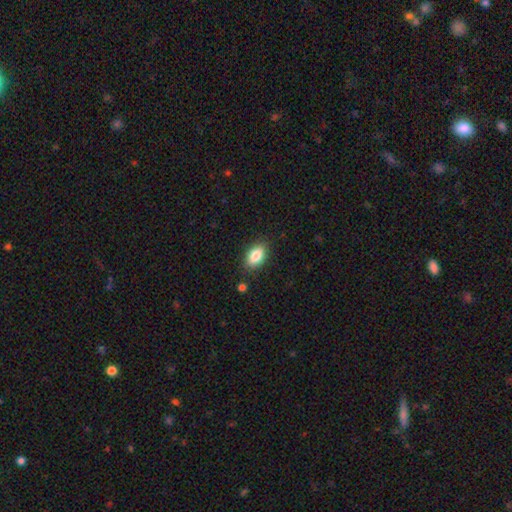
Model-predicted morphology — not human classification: smooth 85%, featured or disk 8%, star or artifact 8%. Down the decision tree: how rounded — in between (91%); merging — none (86%).